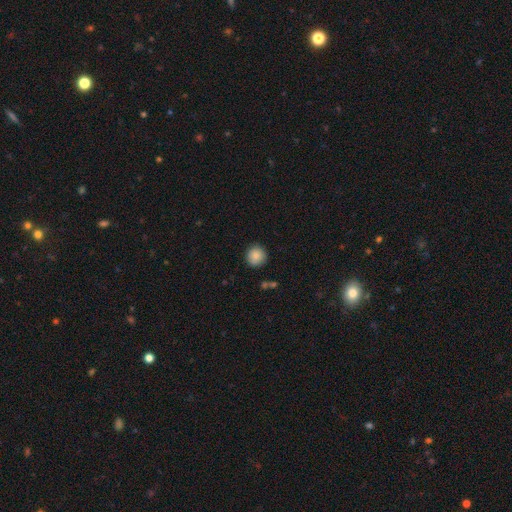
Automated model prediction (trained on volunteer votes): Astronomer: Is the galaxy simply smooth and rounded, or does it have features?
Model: smooth — 86%.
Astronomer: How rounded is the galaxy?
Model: round — 94%.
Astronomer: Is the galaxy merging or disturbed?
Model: none — 89%.